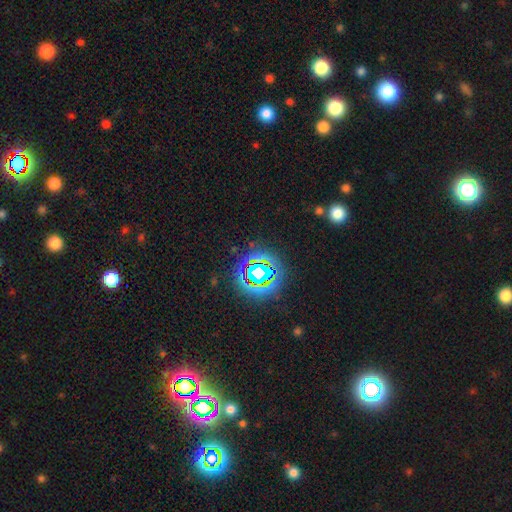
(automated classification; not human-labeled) Smooth or featured? star or artifact (78%)